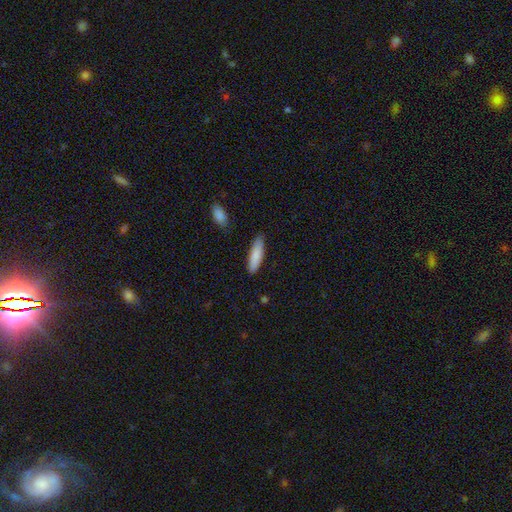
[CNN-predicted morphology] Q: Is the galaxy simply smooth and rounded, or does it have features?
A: smooth — 85%.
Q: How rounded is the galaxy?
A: cigar-shaped — 64%.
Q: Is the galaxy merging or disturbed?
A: none — 83%.